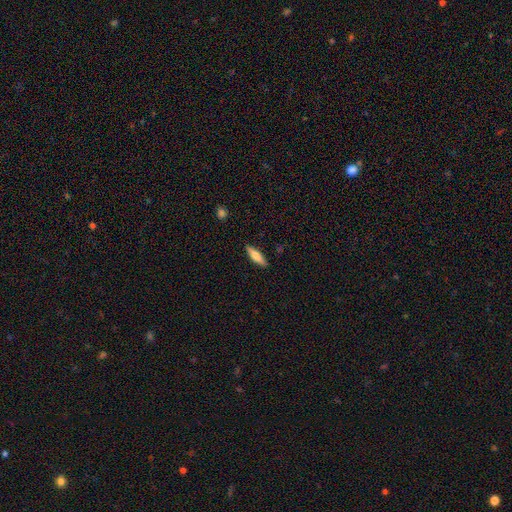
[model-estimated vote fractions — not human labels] Smooth or featured?
  - smooth: 66% *
  - featured or disk: 28%
  - star or artifact: 6%
How rounded?
  - cigar-shaped: 65% *
  - in between: 33%
  - round: 2%
Merging?
  - none: 88% *
  - minor disturbance: 8%
  - major disturbance: 2%
  - merger: 1%